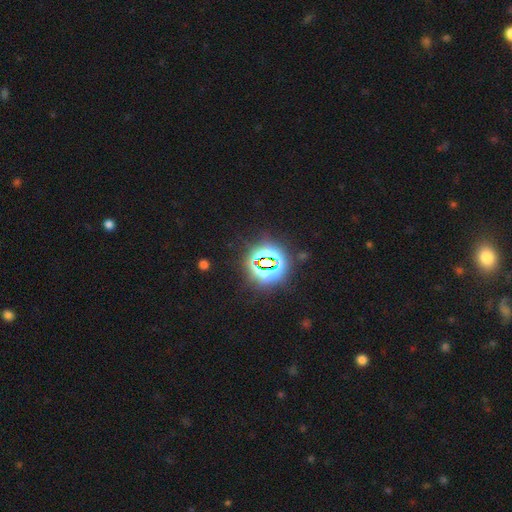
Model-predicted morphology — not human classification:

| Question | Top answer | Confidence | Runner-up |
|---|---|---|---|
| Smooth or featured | star or artifact | 78% | smooth (14%) |